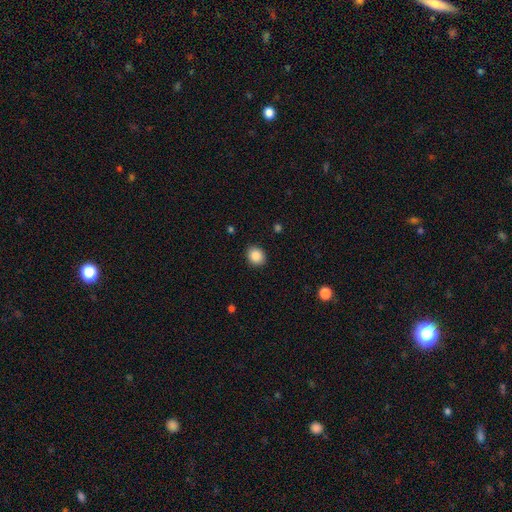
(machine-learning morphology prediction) Smooth or featured?
  - smooth: 88% *
  - star or artifact: 9%
  - featured or disk: 4%
How rounded?
  - round: 63% *
  - in between: 36%
  - cigar-shaped: 1%
Merging?
  - none: 89% *
  - minor disturbance: 8%
  - major disturbance: 2%
  - merger: 1%